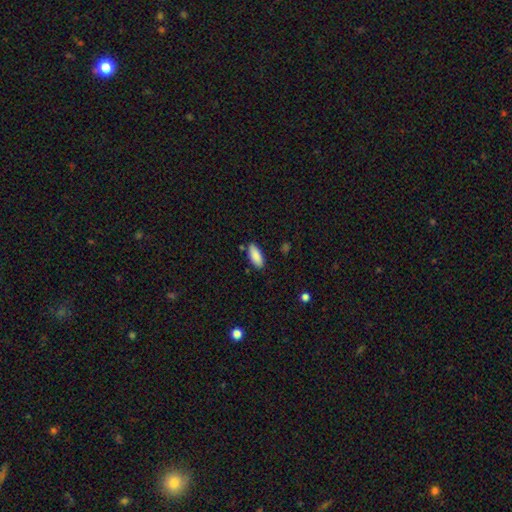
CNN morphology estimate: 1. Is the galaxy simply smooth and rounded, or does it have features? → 88% smooth, 6% star or artifact, 6% featured or disk.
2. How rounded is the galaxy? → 80% in between, 19% cigar-shaped, 2% round.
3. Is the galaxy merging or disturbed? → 84% none, 11% minor disturbance, 3% merger, 2% major disturbance.